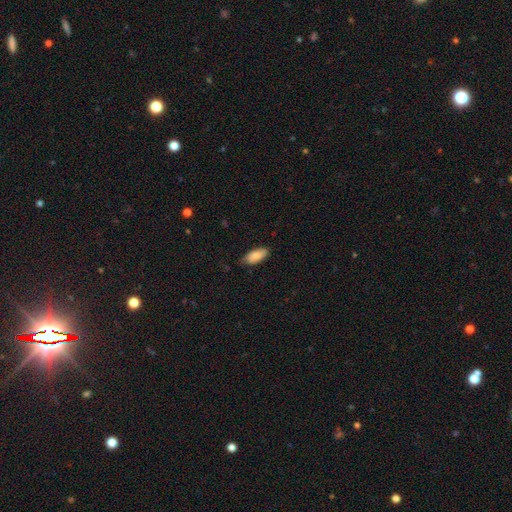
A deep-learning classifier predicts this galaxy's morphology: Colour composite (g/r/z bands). It shows a smooth galaxy with no disk features (85%) that is in between round and cigar-shaped (85%). Merging: none (77%).